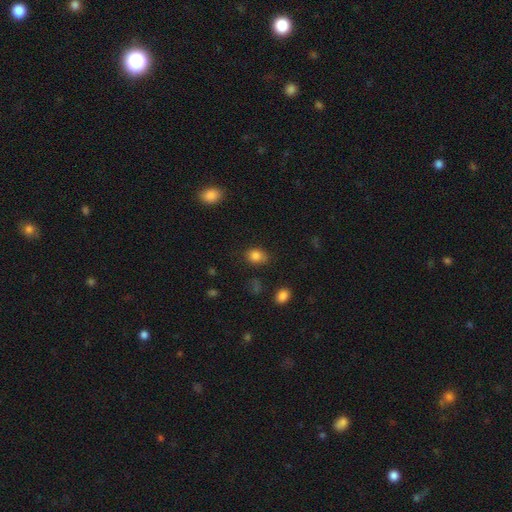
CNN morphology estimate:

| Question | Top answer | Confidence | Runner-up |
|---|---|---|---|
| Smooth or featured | smooth | 84% | star or artifact (11%) |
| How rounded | round | 53% | in between (46%) |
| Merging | none | 71% | minor disturbance (21%) |